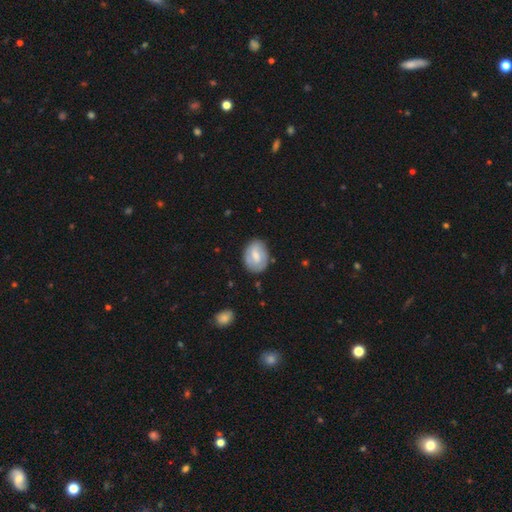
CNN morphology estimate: This is possibly a smooth galaxy (54%). How rounded: likely in between (74%). Merging: likely none (75%).